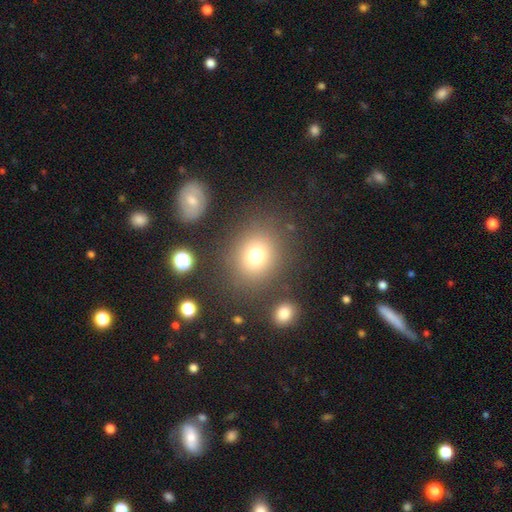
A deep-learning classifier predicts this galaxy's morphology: smooth 74%, star or artifact 15%, featured or disk 10%. Down the decision tree: how rounded — round (74%); merging — none (81%).